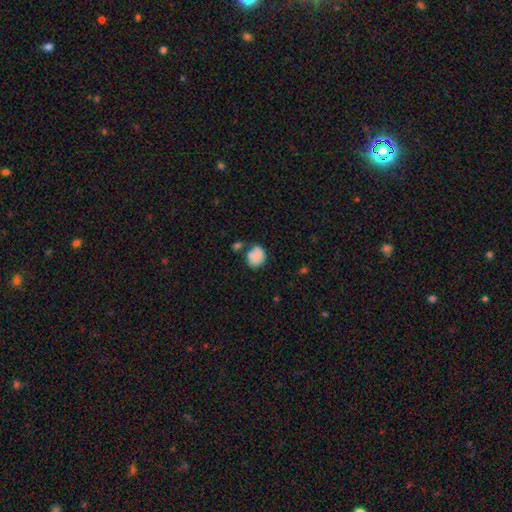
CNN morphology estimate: Smooth or featured? Predicted: smooth (p=0.69). How rounded? Predicted: round (p=0.57). Merging? Predicted: none (p=0.38).